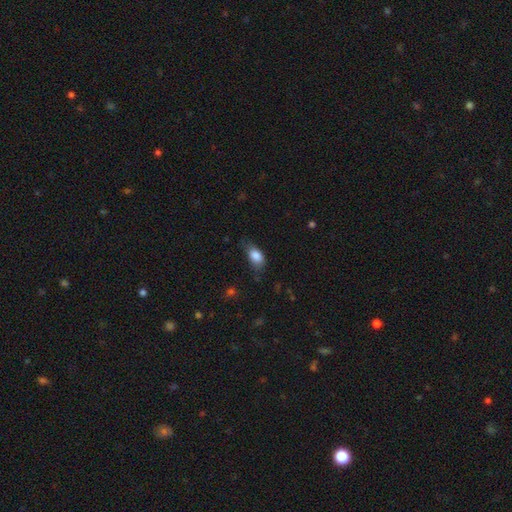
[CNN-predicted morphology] Smooth or featured? Predicted: smooth (p=0.85). How rounded? Predicted: in between (p=0.89). Merging? Predicted: none (p=0.53).